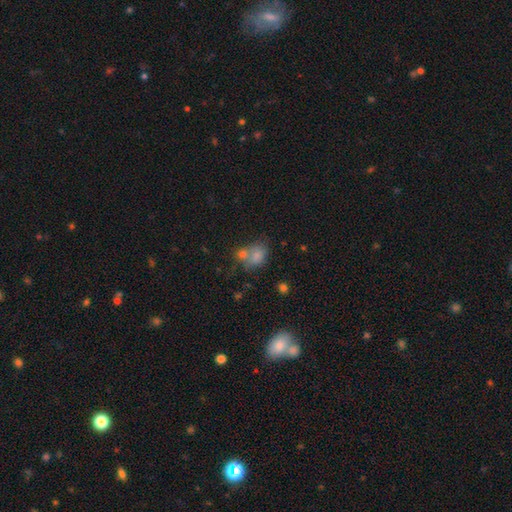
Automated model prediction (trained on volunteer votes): This appears to be a smooth galaxy with no disk features (76%) that is in between round and cigar-shaped (59%). Merging: merger (47%).